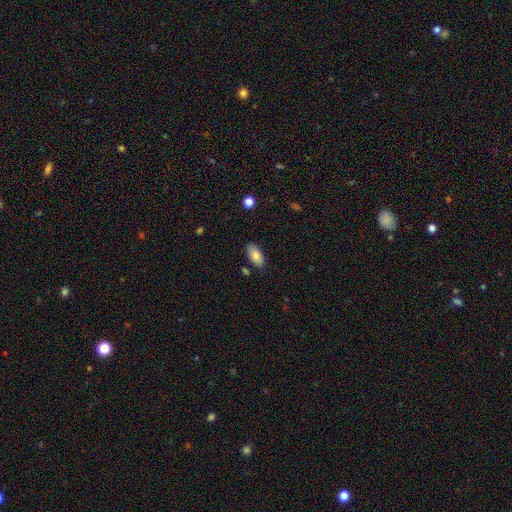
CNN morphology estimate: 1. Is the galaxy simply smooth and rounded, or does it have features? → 84% smooth, 9% featured or disk, 7% star or artifact.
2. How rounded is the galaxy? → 92% in between, 6% cigar-shaped, 2% round.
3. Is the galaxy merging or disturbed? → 84% none, 11% minor disturbance, 2% merger, 2% major disturbance.